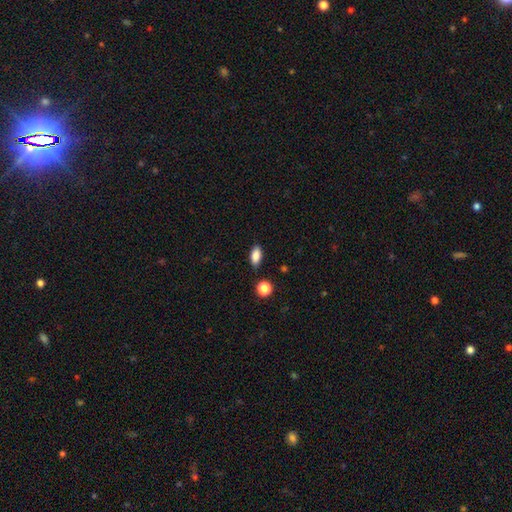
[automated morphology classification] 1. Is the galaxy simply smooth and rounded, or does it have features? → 86% smooth, 8% star or artifact, 6% featured or disk.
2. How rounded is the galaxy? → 87% in between, 8% cigar-shaped, 5% round.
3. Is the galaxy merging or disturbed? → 85% none, 10% minor disturbance, 2% major disturbance, 2% merger.